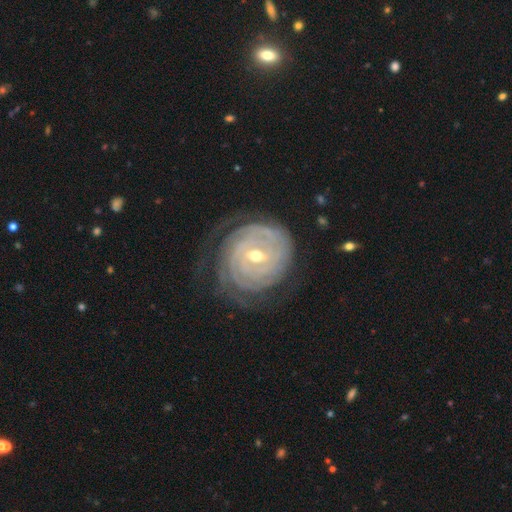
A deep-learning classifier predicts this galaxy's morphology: This appears to be a featured or disk galaxy (89%) with a weak bar (47%), tight (89%) spiral arms (97%) and a moderate central bulge (55%). Merging: none (74%).